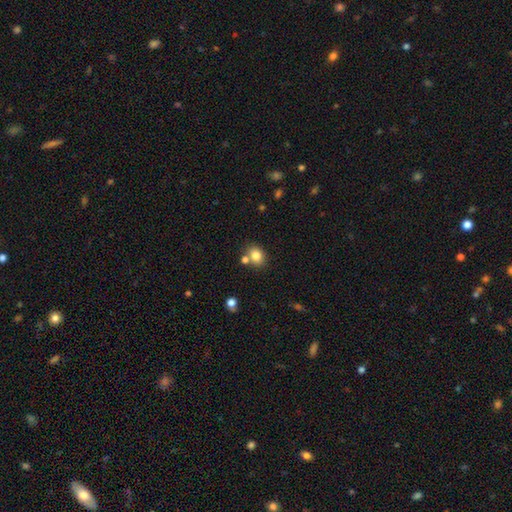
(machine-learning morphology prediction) A smooth galaxy with no disk features (81%) that is round (53%).

Vote fractions:
- Smooth or featured? smooth: 81% / star or artifact: 11% / featured or disk: 8%
- How rounded? round: 53% / in between: 46% / cigar-shaped: 1%
- Merging? none: 65% / merger: 21% / minor disturbance: 11% / major disturbance: 3%